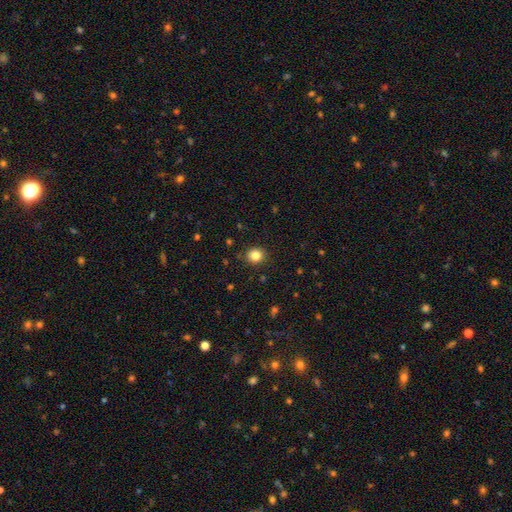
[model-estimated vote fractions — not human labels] Smooth or featured?
  - smooth: 84% *
  - star or artifact: 11%
  - featured or disk: 5%
How rounded?
  - round: 80% *
  - in between: 19%
  - cigar-shaped: 1%
Merging?
  - none: 89% *
  - minor disturbance: 8%
  - major disturbance: 2%
  - merger: 1%